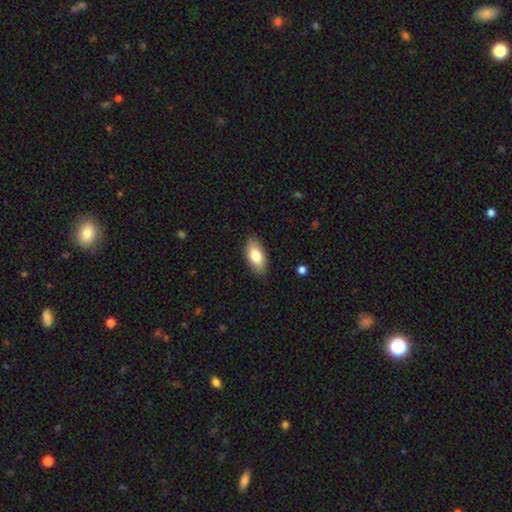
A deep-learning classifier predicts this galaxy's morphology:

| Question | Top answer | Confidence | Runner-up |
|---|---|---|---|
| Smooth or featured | smooth | 78% | featured or disk (16%) |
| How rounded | in between | 91% | cigar-shaped (6%) |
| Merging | none | 87% | minor disturbance (10%) |